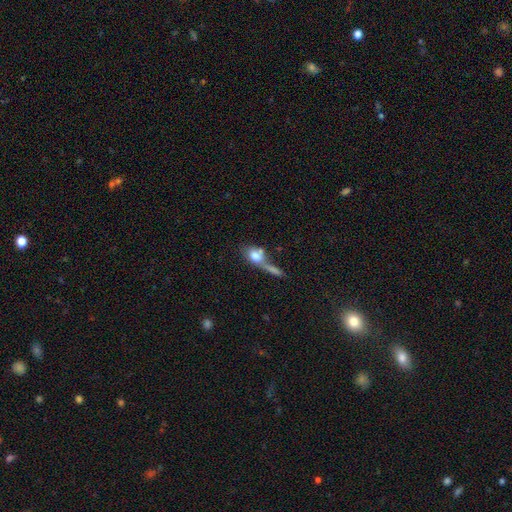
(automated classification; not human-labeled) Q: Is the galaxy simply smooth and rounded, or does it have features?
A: smooth — 70%.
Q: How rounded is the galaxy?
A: in between — 57%.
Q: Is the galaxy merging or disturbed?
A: merger — 47%.